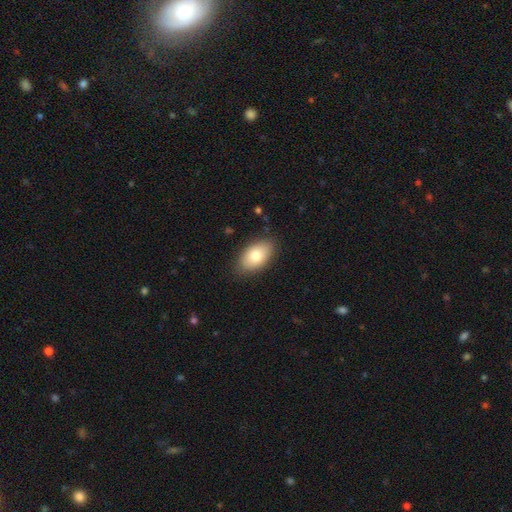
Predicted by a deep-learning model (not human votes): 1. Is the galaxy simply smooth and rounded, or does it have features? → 78% smooth, 15% featured or disk, 7% star or artifact.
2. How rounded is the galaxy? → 93% in between, 5% round, 2% cigar-shaped.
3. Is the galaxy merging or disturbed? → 84% none, 12% minor disturbance, 3% major disturbance, 1% merger.